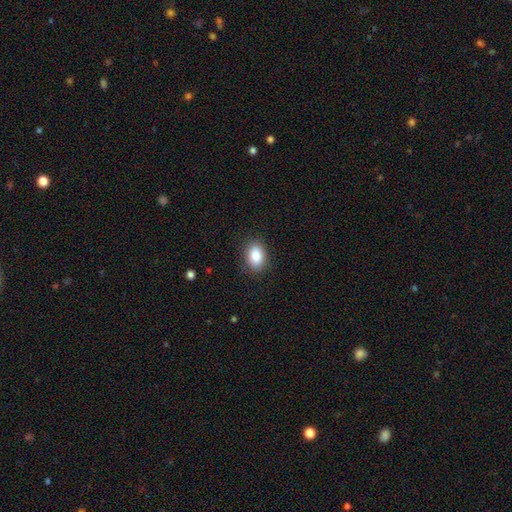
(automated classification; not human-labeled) Q: Smooth or featured?
A: smooth (87%); runner-up: star or artifact (8%)
Q: How rounded?
A: in between (81%); runner-up: round (18%)
Q: Merging?
A: none (86%); runner-up: minor disturbance (10%)